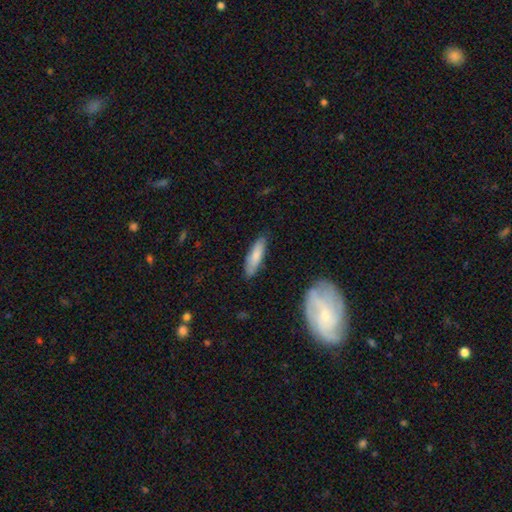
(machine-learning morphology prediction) Smooth or featured: smooth — 77% (featured or disk — 17%)
How rounded: cigar-shaped — 60% (in between — 38%)
Merging: none — 82% (minor disturbance — 14%)